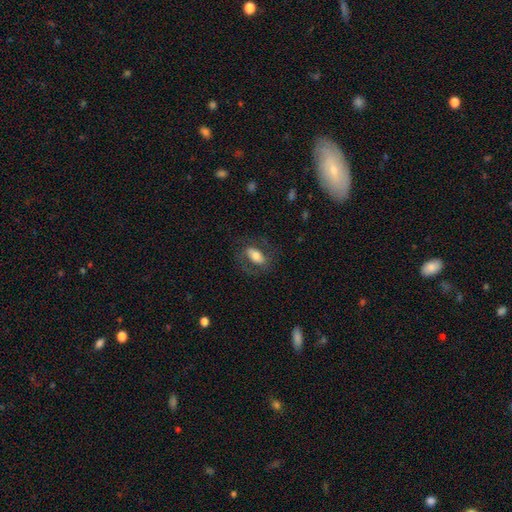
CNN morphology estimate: smooth-or-featured: smooth: 55% | featured or disk: 37% | star or artifact: 7%
  how-rounded: in between: 87% | round: 7% | cigar-shaped: 6%
  merging: none: 69% | minor disturbance: 16% | major disturbance: 14% | merger: 1%